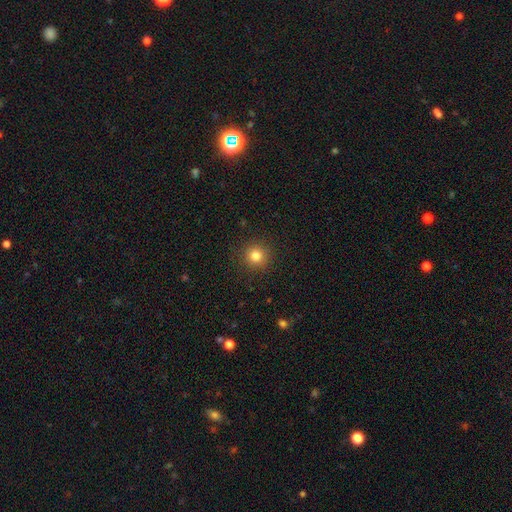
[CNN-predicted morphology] smooth 81%, star or artifact 13%, featured or disk 6%. Down the decision tree: how rounded — round (94%); merging — none (91%).